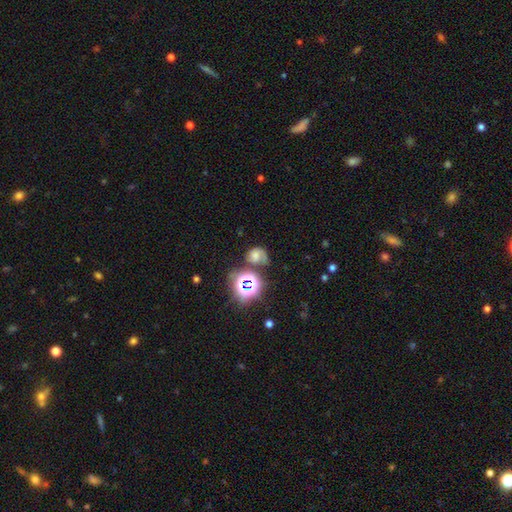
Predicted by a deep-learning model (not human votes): A smooth galaxy with no disk features (46%).

Vote fractions:
- Smooth or featured? smooth: 46% / featured or disk: 28% / star or artifact: 27%
- Merging? none: 43% / minor disturbance: 24% / major disturbance: 19% / merger: 14%